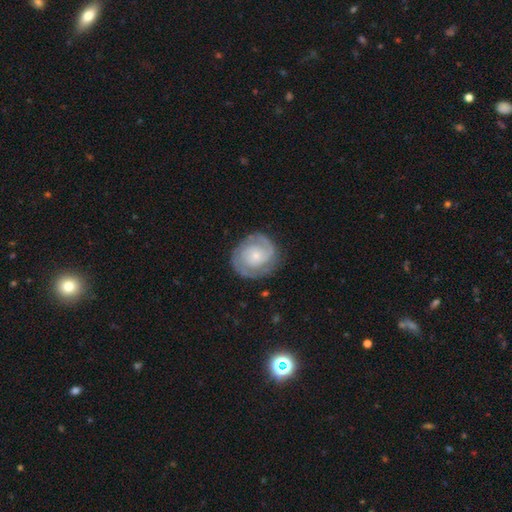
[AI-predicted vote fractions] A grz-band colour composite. It shows a featured or disk galaxy (81%) with no bar (74%), 2 (64%) tight (65%) spiral arms (95%) and a small central bulge (72%). Merging: none (80%).